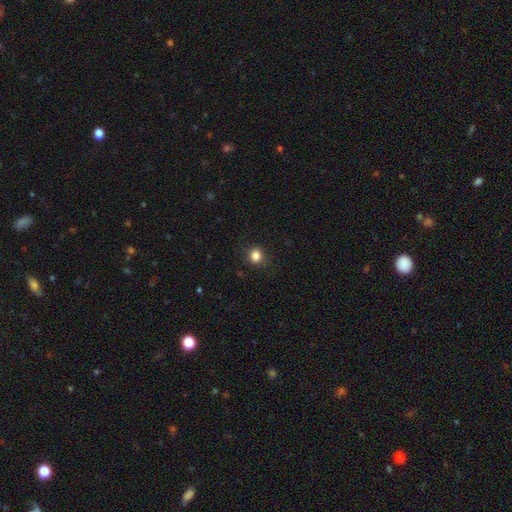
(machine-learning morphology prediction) Smooth or featured? smooth (84%)
How rounded? round (74%)
Merging? none (85%)